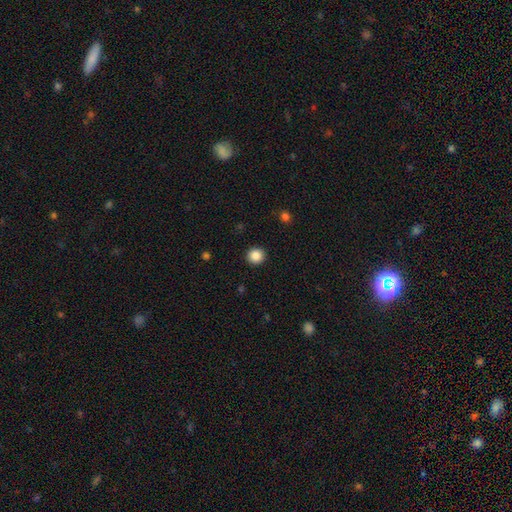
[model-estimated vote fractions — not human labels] A smooth galaxy with no disk features (87%) that is round (93%). Merging: none (92%).